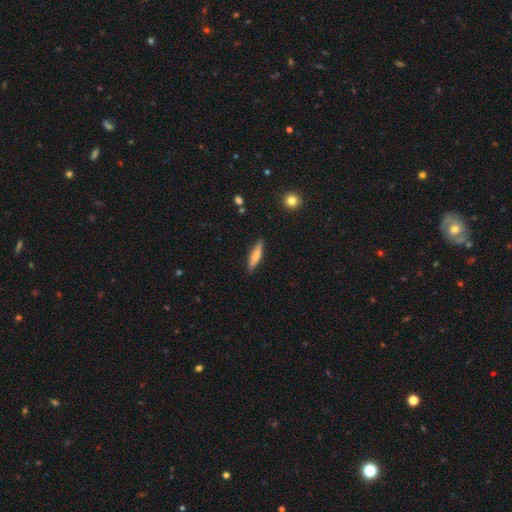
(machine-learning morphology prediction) This appears to be a smooth galaxy with no disk features (57%) that is cigar-shaped (82%). Merging: none (88%).